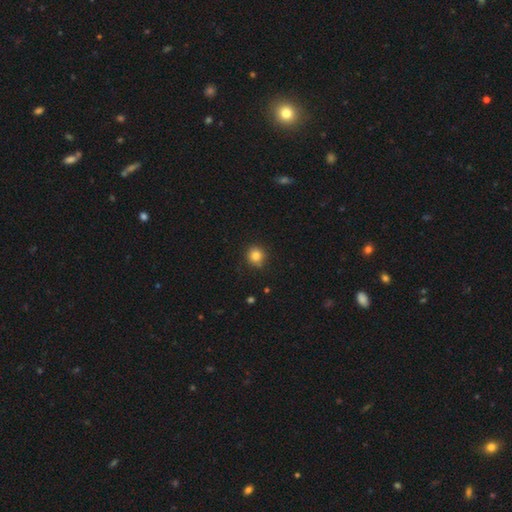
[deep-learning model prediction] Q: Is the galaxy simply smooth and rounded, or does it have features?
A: smooth — 84%.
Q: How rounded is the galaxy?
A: round — 87%.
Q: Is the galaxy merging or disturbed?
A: none — 84%.